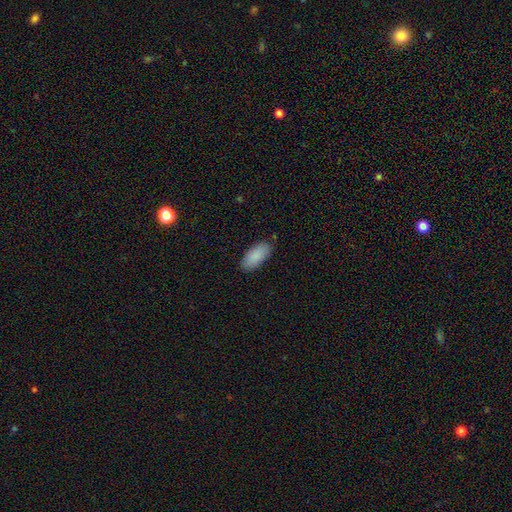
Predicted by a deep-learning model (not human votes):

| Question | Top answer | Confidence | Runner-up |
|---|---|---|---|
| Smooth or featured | smooth | 89% | star or artifact (6%) |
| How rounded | in between | 91% | cigar-shaped (7%) |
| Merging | none | 85% | minor disturbance (12%) |